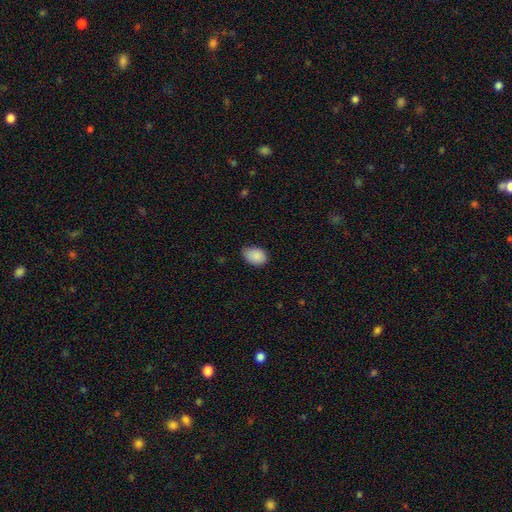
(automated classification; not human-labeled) Morphology: type=smooth (88%); roundness=in between (79%); merging=none (70%).